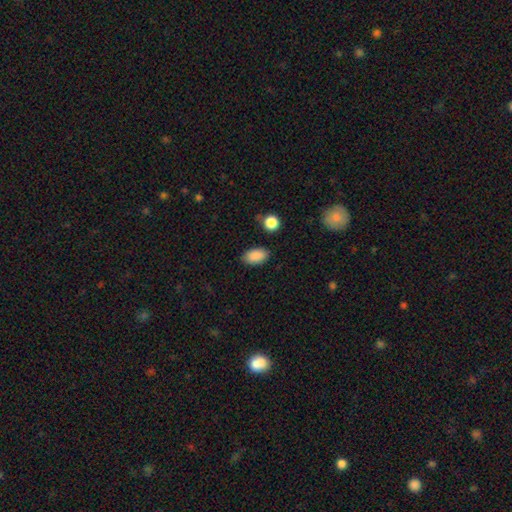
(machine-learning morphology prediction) A smooth galaxy with no disk features (89%) that is in between round and cigar-shaped (92%). Merging: none (85%).